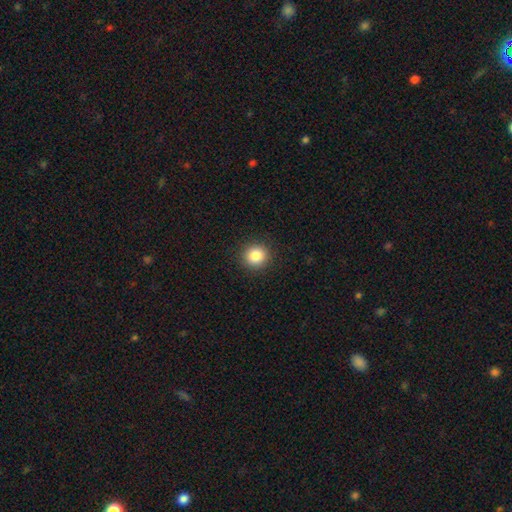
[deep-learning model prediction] Smooth or featured: smooth — 85% (star or artifact — 10%)
How rounded: round — 91% (in between — 8%)
Merging: none — 91% (minor disturbance — 6%)